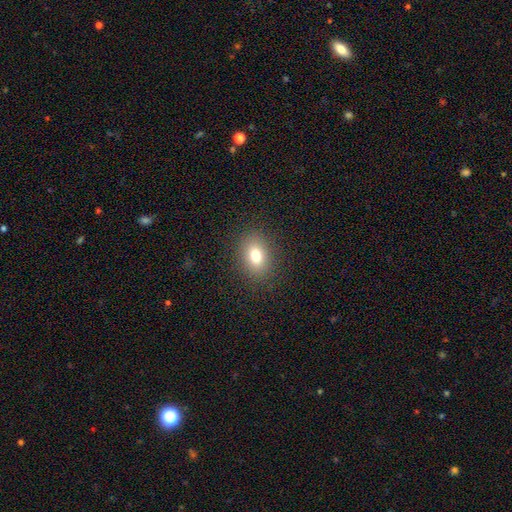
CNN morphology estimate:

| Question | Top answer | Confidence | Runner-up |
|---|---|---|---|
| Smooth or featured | smooth | 77% | star or artifact (12%) |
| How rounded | in between | 69% | round (30%) |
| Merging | none | 88% | minor disturbance (8%) |